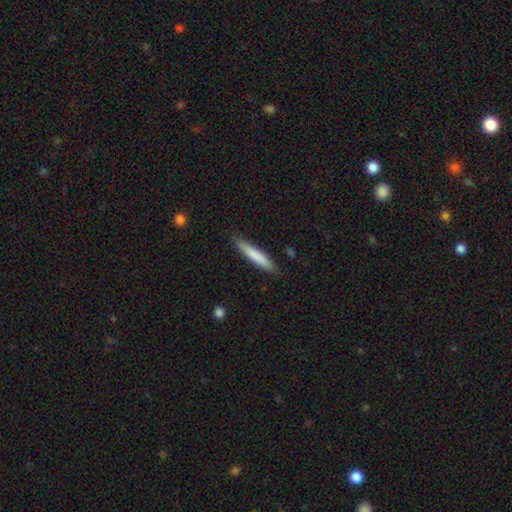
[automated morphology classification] Smooth or featured: smooth — 78% (featured or disk — 17%)
How rounded: cigar-shaped — 92% (in between — 7%)
Merging: none — 87% (minor disturbance — 10%)